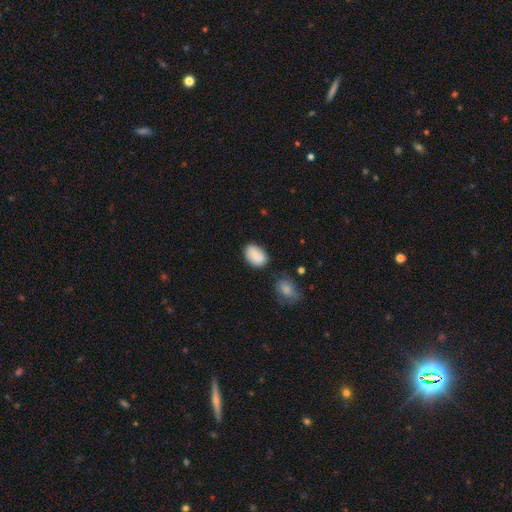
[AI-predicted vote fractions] Smooth or featured: smooth — 78% (featured or disk — 14%)
How rounded: in between — 83% (round — 16%)
Merging: none — 69% (minor disturbance — 19%)